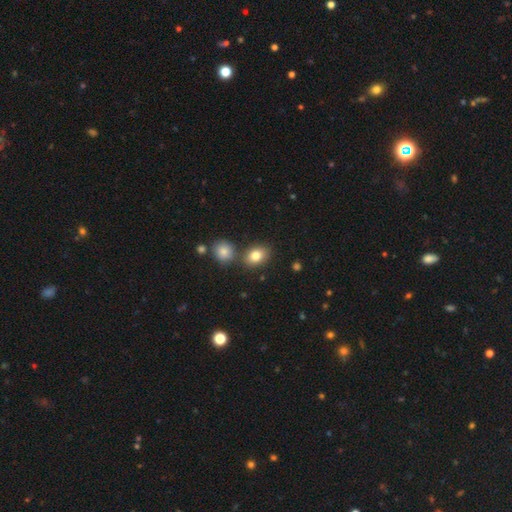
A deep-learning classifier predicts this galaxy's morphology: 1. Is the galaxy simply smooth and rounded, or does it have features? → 82% smooth, 9% star or artifact, 9% featured or disk.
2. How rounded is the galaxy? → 67% in between, 31% round, 1% cigar-shaped.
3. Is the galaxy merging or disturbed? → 70% none, 16% merger, 11% minor disturbance, 3% major disturbance.